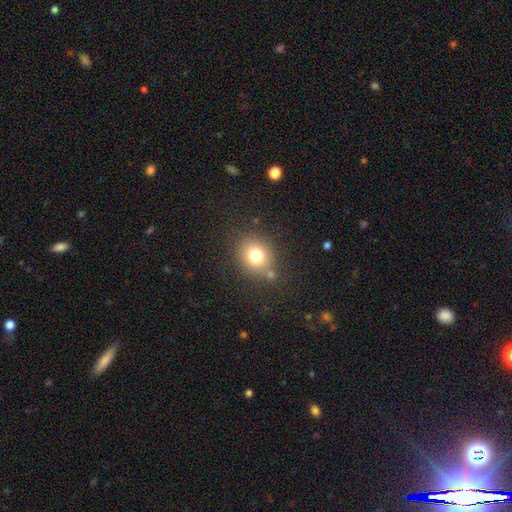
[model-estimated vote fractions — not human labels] A smooth galaxy with no disk features (77%) that is round (68%). Merging: none (76%).